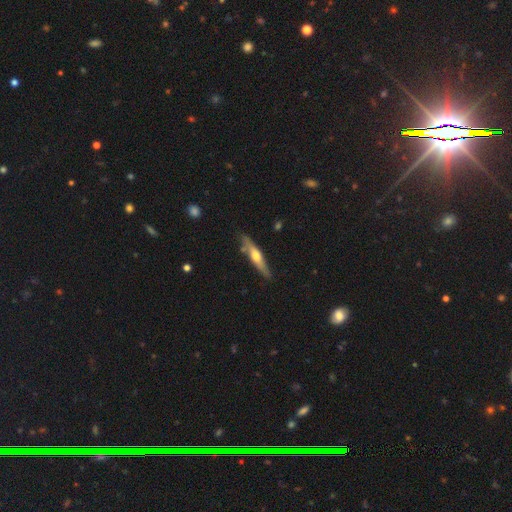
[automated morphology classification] A featured or disk galaxy (52%) viewed edge-on (88%).

Vote fractions:
- Smooth or featured? featured or disk: 52% / smooth: 43% / star or artifact: 5%
- Edge-on disk? yes: 88% / no: 12%
- Merging? none: 79% / minor disturbance: 15% / merger: 3% / major disturbance: 3%